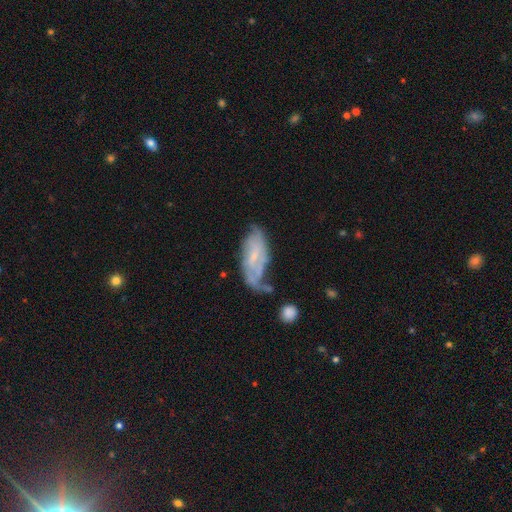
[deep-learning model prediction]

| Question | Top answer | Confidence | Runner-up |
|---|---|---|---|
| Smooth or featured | featured or disk | 64% | smooth (29%) |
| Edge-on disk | no | 89% | yes (11%) |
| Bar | no | 50% | weak (39%) |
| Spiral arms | yes | 76% | no (24%) |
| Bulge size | small | 71% | moderate (19%) |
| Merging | none | 38% | minor disturbance (31%) |